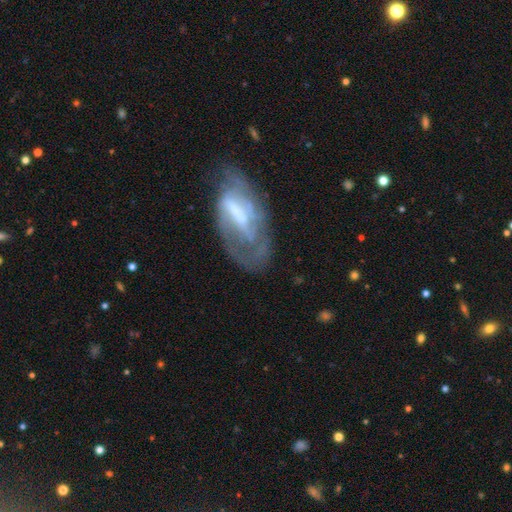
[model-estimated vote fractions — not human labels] This appears to be a featured or disk galaxy (67%) with a strong bar (49%), spiral arms (56%) and a moderate central bulge (30%, tied with none). Merging: none (46%).